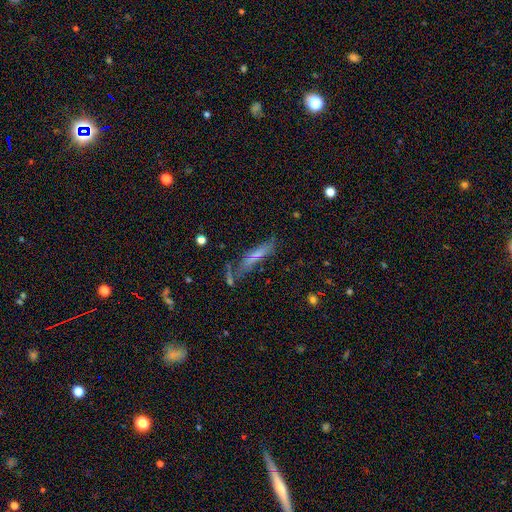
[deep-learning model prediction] smooth 55%, featured or disk 34%, star or artifact 11%. Down the decision tree: how rounded — cigar-shaped (82%); merging — none (48%).